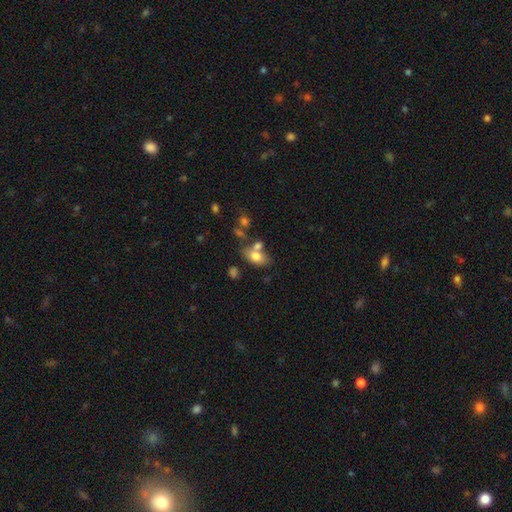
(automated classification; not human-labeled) smooth_or_featured: smooth (p=0.75) [alt: featured or disk p=0.16]
how_rounded: in between (p=0.86) [alt: round p=0.12]
merging: none (p=0.47) [alt: merger p=0.31]